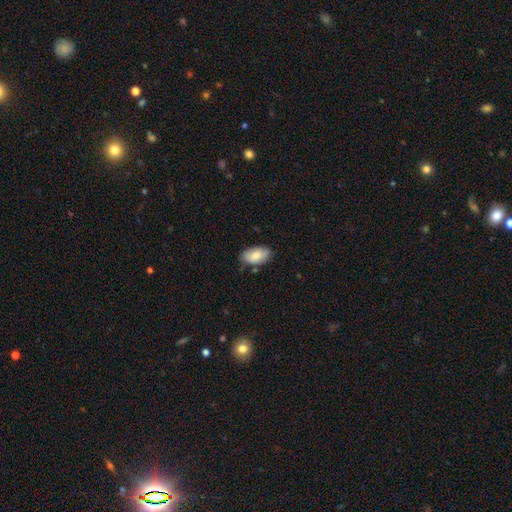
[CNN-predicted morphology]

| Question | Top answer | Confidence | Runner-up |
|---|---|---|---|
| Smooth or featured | smooth | 77% | featured or disk (16%) |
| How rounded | in between | 94% | round (4%) |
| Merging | none | 72% | minor disturbance (22%) |